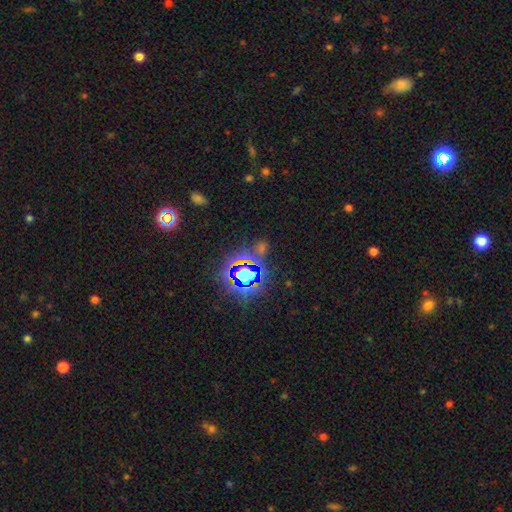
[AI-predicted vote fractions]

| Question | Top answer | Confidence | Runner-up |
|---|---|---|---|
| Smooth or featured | star or artifact | 80% | smooth (13%) |